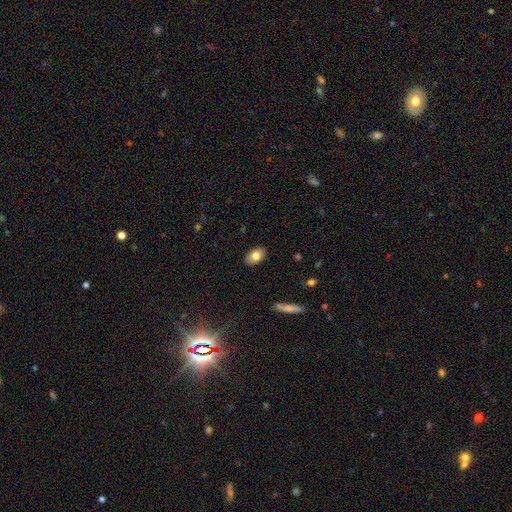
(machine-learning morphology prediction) A smooth galaxy with no disk features (76%) that is in between round and cigar-shaped (90%).

Vote fractions:
- Smooth or featured? smooth: 76% / featured or disk: 17% / star or artifact: 7%
- How rounded? in between: 90% / round: 8% / cigar-shaped: 2%
- Merging? none: 88% / minor disturbance: 9% / major disturbance: 2% / merger: 1%